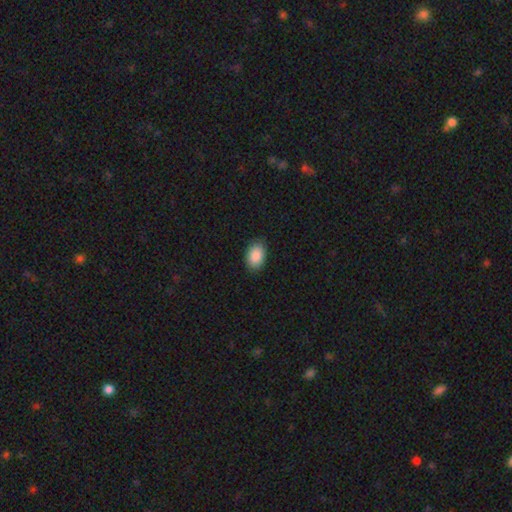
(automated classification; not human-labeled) Q: Smooth or featured?
A: smooth (90%); runner-up: star or artifact (6%)
Q: How rounded?
A: in between (89%); runner-up: round (10%)
Q: Merging?
A: none (87%); runner-up: minor disturbance (10%)